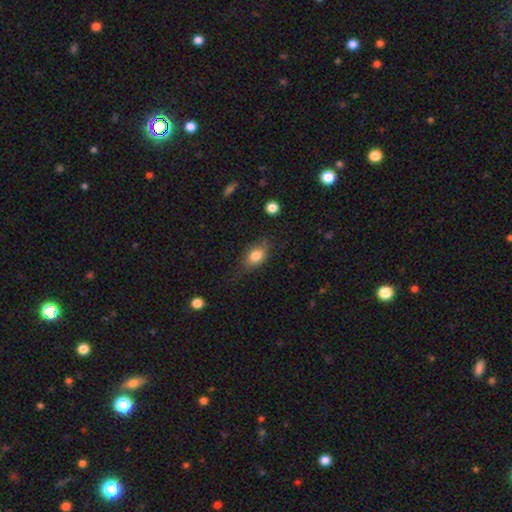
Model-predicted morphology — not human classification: smooth_or_featured: smooth (p=0.79) [alt: featured or disk p=0.13]
how_rounded: in between (p=0.74) [alt: round p=0.22]
merging: none (p=0.60) [alt: minor disturbance p=0.28]